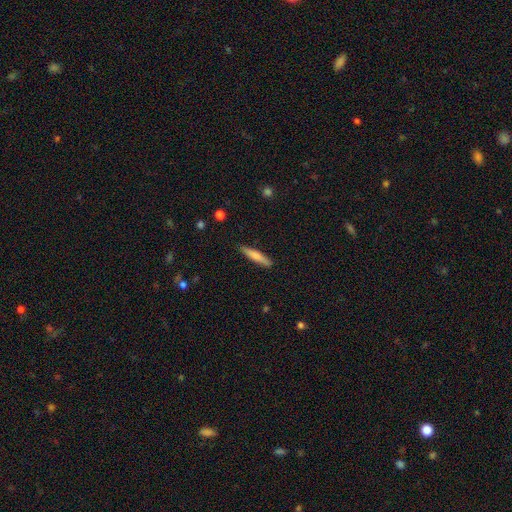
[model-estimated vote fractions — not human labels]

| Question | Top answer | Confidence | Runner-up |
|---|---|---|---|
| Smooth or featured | smooth | 73% | featured or disk (22%) |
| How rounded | cigar-shaped | 90% | in between (9%) |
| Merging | none | 88% | minor disturbance (9%) |